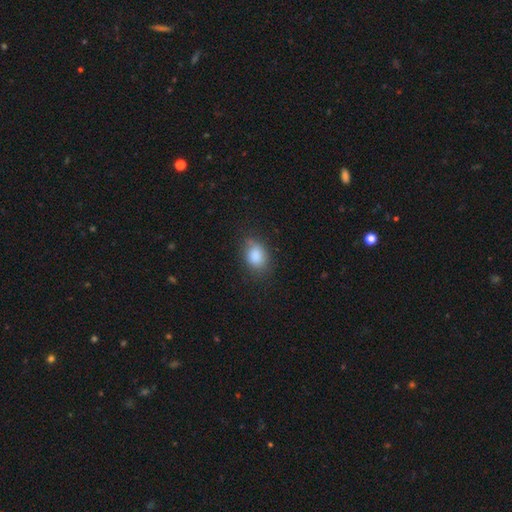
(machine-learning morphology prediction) This appears to be a smooth galaxy with no disk features (85%) that is in between round and cigar-shaped (72%). Merging: none (66%).